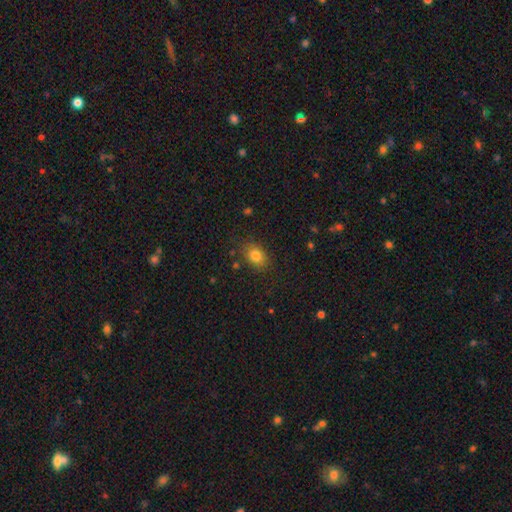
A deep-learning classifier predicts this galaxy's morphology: This appears to be a smooth galaxy with no disk features (80%) that is in between round and cigar-shaped (70%). Merging: none (83%).